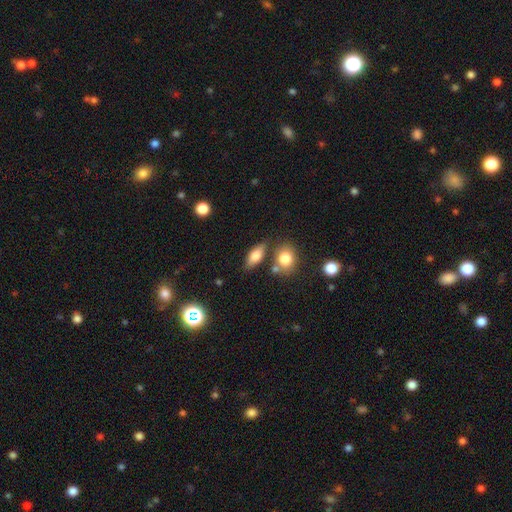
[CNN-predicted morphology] smooth_or_featured: smooth (p=0.74) [alt: featured or disk p=0.18]
how_rounded: in between (p=0.76) [alt: cigar-shaped p=0.16]
merging: none (p=0.71) [alt: minor disturbance p=0.13]